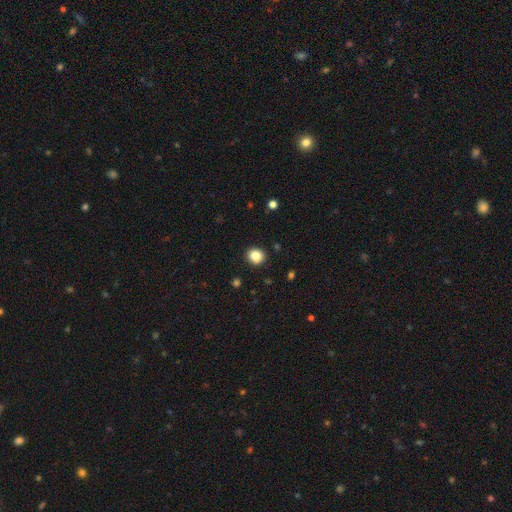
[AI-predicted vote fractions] The model was most divided on "how rounded": round: 80%, in between: 19%, cigar-shaped: 1%. More confident: merging — none (91%); smooth or featured — smooth (86%).